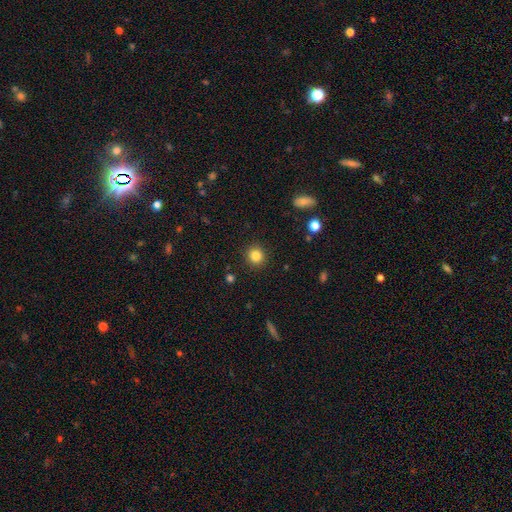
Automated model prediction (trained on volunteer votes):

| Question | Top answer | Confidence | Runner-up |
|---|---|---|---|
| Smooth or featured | smooth | 83% | star or artifact (12%) |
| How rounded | round | 91% | in between (8%) |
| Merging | none | 91% | minor disturbance (5%) |